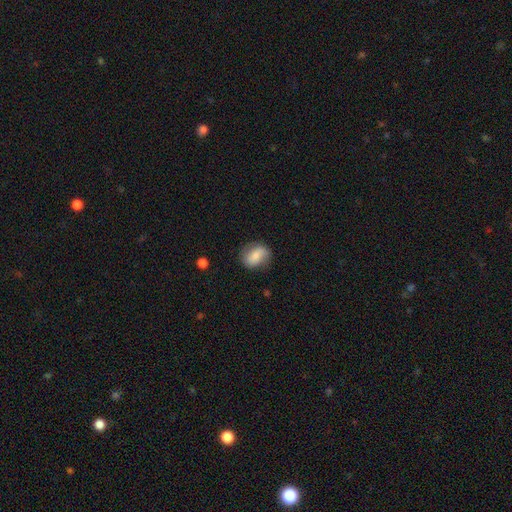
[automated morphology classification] A smooth galaxy with no disk features (69%) that is in between round and cigar-shaped (58%). Merging: none (76%).